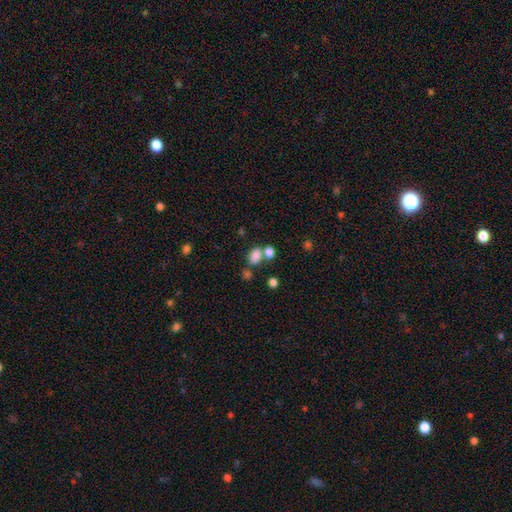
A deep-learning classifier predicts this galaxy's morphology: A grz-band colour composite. It shows a smooth galaxy with no disk features (81%) that is in between round and cigar-shaped (77%). Merging: none (45%).